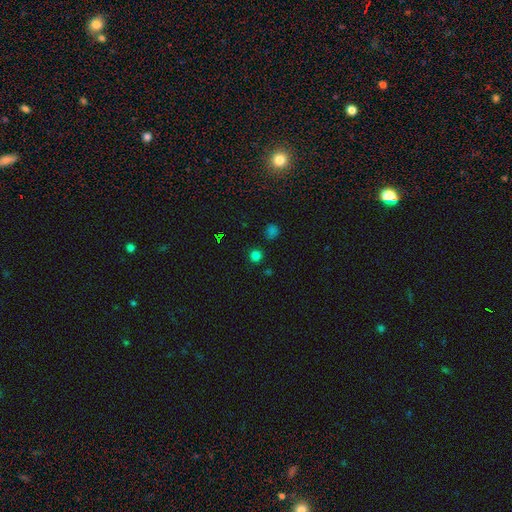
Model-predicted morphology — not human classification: A smooth galaxy with no disk features (75%) that is round (93%).

Vote fractions:
- Smooth or featured? smooth: 75% / star or artifact: 21% / featured or disk: 4%
- How rounded? round: 93% / in between: 6% / cigar-shaped: 1%
- Merging? none: 87% / minor disturbance: 7% / merger: 3% / major disturbance: 2%